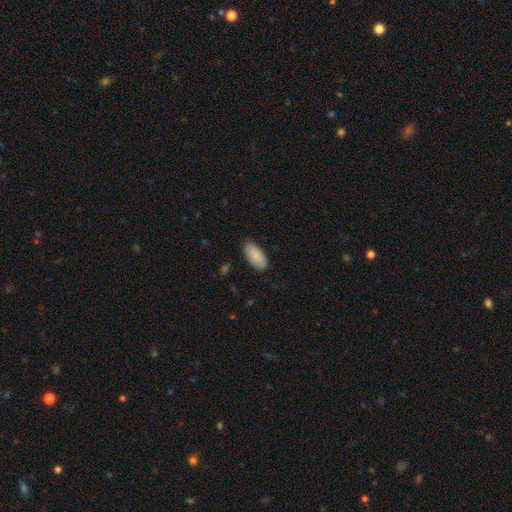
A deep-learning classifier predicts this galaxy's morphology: Smooth or featured: smooth — 87% (featured or disk — 7%)
How rounded: in between — 94% (cigar-shaped — 4%)
Merging: none — 85% (minor disturbance — 12%)